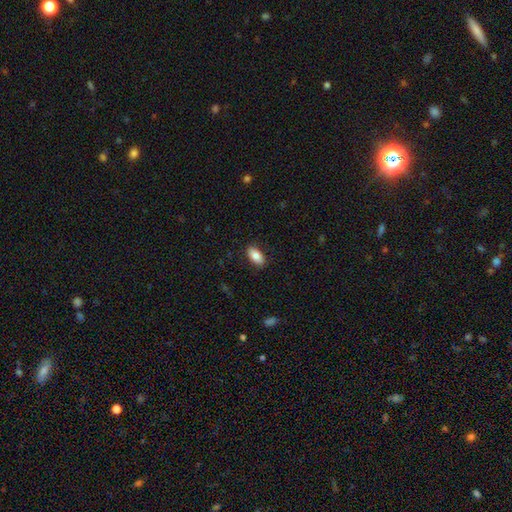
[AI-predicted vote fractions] The model was most divided on "smooth or featured": smooth: 82%, featured or disk: 11%, star or artifact: 7%. More confident: how rounded — in between (91%); merging — none (87%).